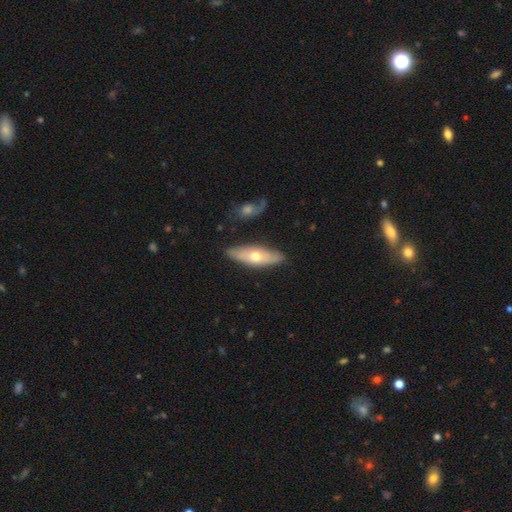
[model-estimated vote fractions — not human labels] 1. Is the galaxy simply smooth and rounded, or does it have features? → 48% smooth, 47% featured or disk, 5% star or artifact.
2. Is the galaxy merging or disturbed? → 83% none, 12% minor disturbance, 2% major disturbance, 2% merger.